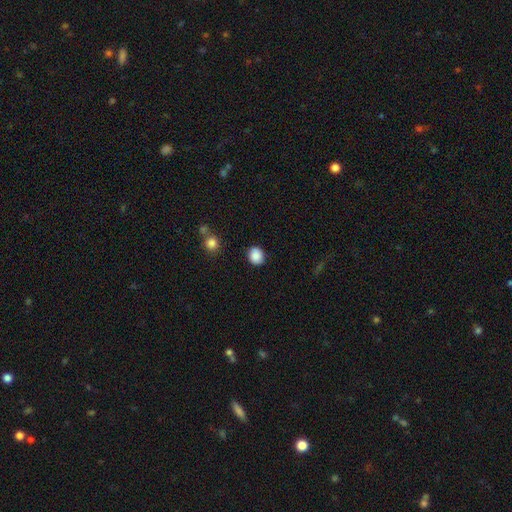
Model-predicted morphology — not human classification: The model was most divided on "how rounded": round: 72%, in between: 27%, cigar-shaped: 1%. More confident: smooth or featured — smooth (87%); merging — none (86%).